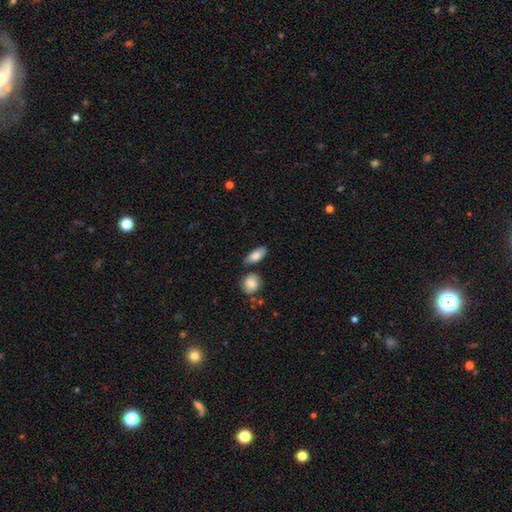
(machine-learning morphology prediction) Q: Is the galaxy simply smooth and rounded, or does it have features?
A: smooth — 83%.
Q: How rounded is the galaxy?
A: in between — 82%.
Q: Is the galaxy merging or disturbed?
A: none — 74%.